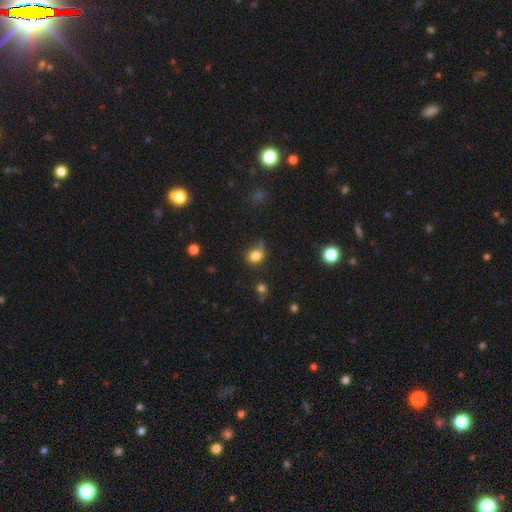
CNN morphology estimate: A smooth galaxy with no disk features (79%) that is round (64%). Merging: none (48%).